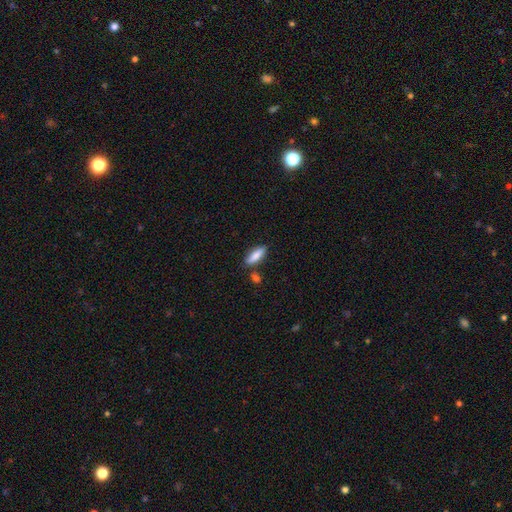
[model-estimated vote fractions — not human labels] A smooth galaxy with no disk features (83%) that is in between round and cigar-shaped (54%). Merging: none (77%).